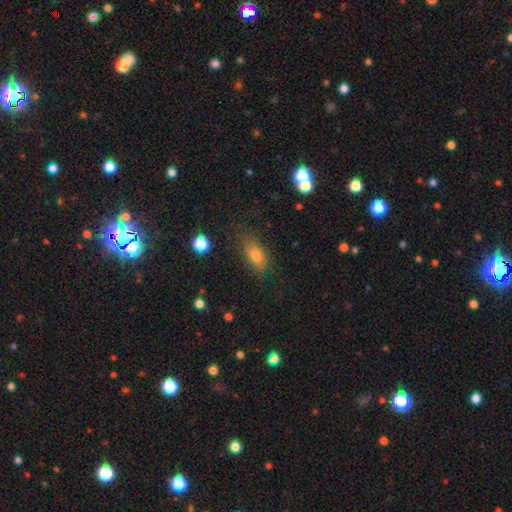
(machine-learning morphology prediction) A smooth galaxy with no disk features (73%) that is in between round and cigar-shaped (78%).

Vote fractions:
- Smooth or featured? smooth: 73% / featured or disk: 14% / star or artifact: 13%
- How rounded? in between: 78% / cigar-shaped: 13% / round: 9%
- Merging? none: 74% / minor disturbance: 18% / major disturbance: 6% / merger: 2%